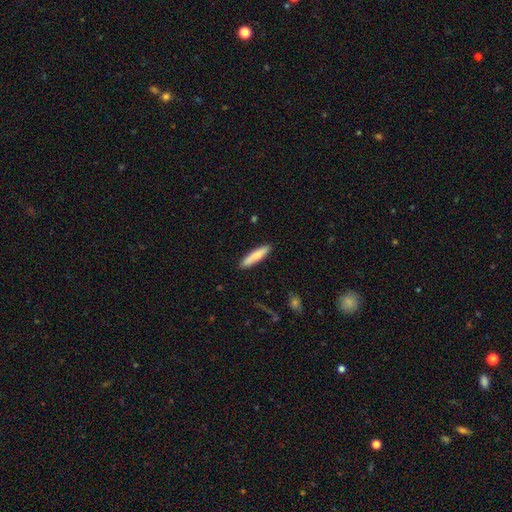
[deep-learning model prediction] A smooth galaxy with no disk features (79%) that is cigar-shaped (83%). Merging: none (88%).